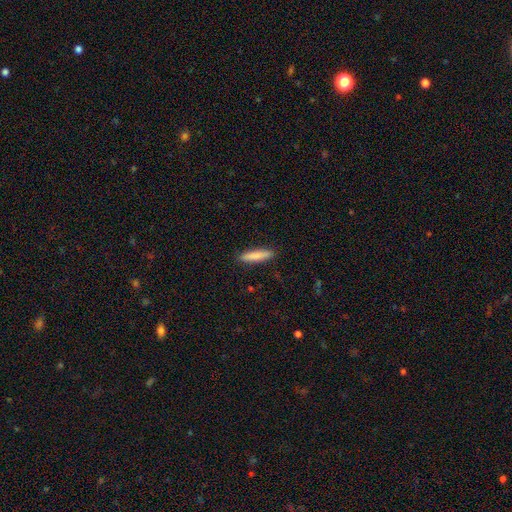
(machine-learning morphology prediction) Q: Smooth or featured?
A: smooth (83%); runner-up: featured or disk (12%)
Q: How rounded?
A: cigar-shaped (85%); runner-up: in between (13%)
Q: Merging?
A: none (90%); runner-up: minor disturbance (7%)